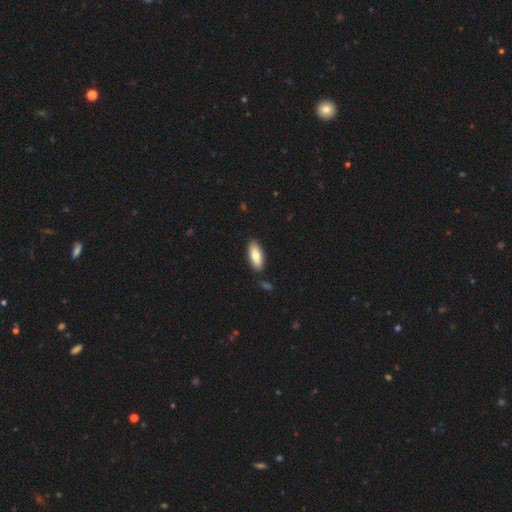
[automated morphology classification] Smooth or featured: smooth — 80% (featured or disk — 14%)
How rounded: in between — 79% (cigar-shaped — 19%)
Merging: none — 86% (minor disturbance — 10%)